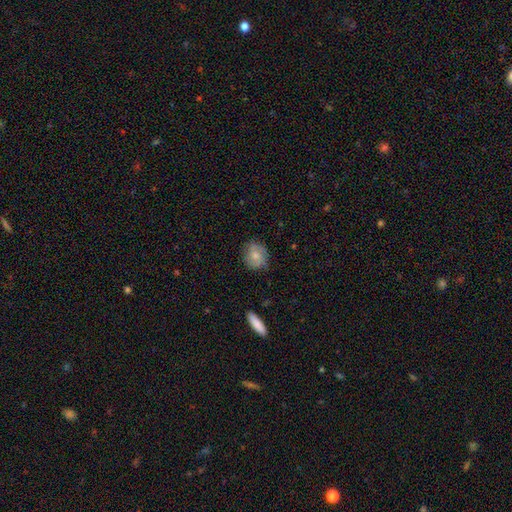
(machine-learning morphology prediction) This appears to be a smooth galaxy with no disk features (60%) that is round (72%). Merging: none (79%).